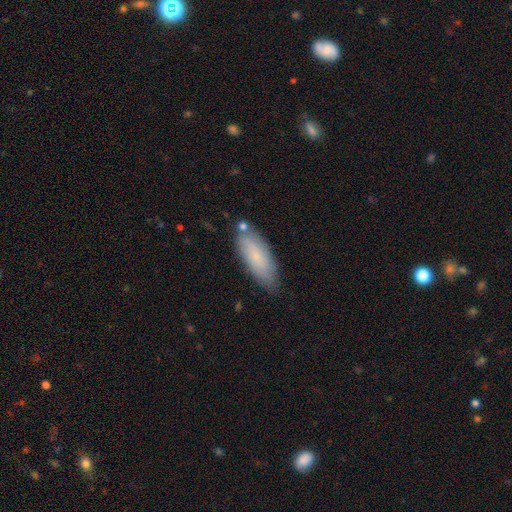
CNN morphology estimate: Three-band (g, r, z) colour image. It shows a smooth galaxy with no disk features (70%) that is in between round and cigar-shaped (69%). Merging: none (73%).